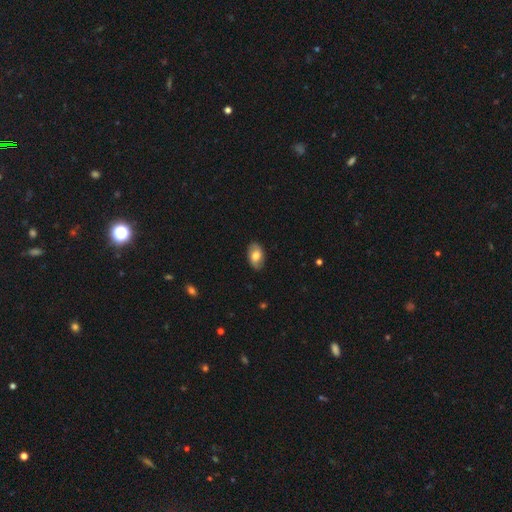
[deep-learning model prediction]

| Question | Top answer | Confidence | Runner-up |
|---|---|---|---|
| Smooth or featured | smooth | 69% | featured or disk (25%) |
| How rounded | in between | 92% | round (7%) |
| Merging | none | 85% | minor disturbance (11%) |